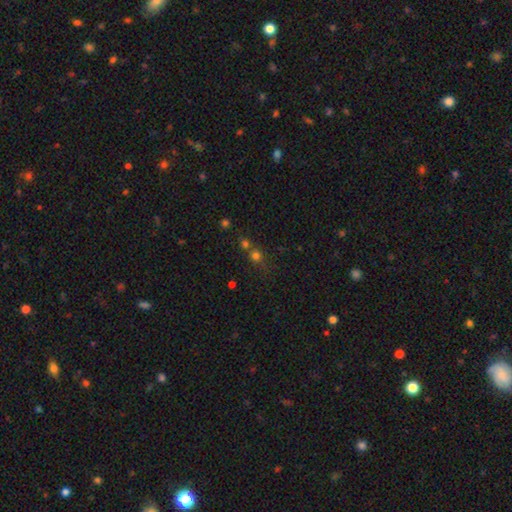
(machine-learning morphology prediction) smooth-or-featured: smooth: 67% | star or artifact: 24% | featured or disk: 9%
  how-rounded: round: 87% | in between: 12% | cigar-shaped: 1%
  merging: none: 53% | merger: 35% | minor disturbance: 8% | major disturbance: 4%